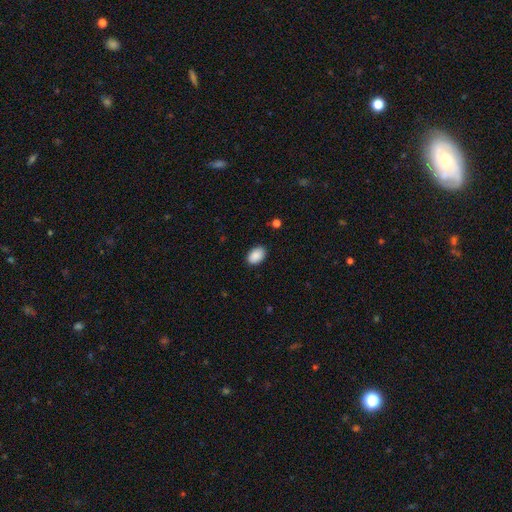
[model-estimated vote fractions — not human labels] Smooth or featured? smooth (90%)
How rounded? in between (88%)
Merging? none (88%)